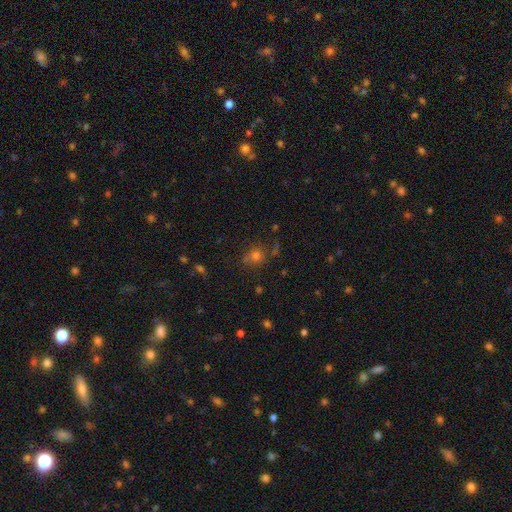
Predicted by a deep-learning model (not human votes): Smooth or featured?
  - smooth: 66% *
  - star or artifact: 23%
  - featured or disk: 11%
How rounded?
  - round: 82% *
  - in between: 17%
  - cigar-shaped: 1%
Merging?
  - none: 70% *
  - minor disturbance: 15%
  - merger: 8%
  - major disturbance: 7%